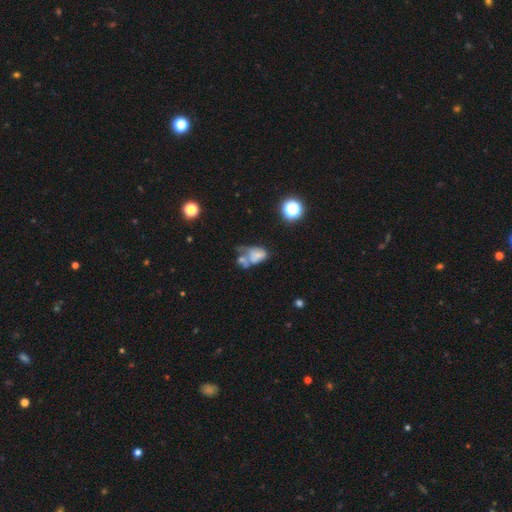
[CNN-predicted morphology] smooth-or-featured: smooth: 55% | featured or disk: 31% | star or artifact: 14%
  how-rounded: in between: 79% | round: 20% | cigar-shaped: 2%
  merging: merger: 46% | major disturbance: 22% | none: 16% | minor disturbance: 15%